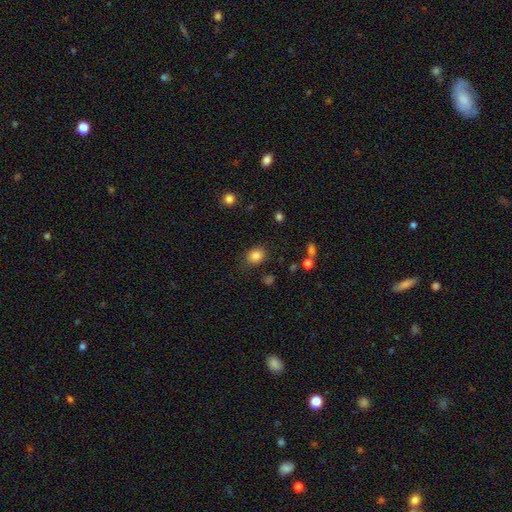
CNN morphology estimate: Smooth or featured? smooth (84%)
How rounded? round (53%)
Merging? none (81%)